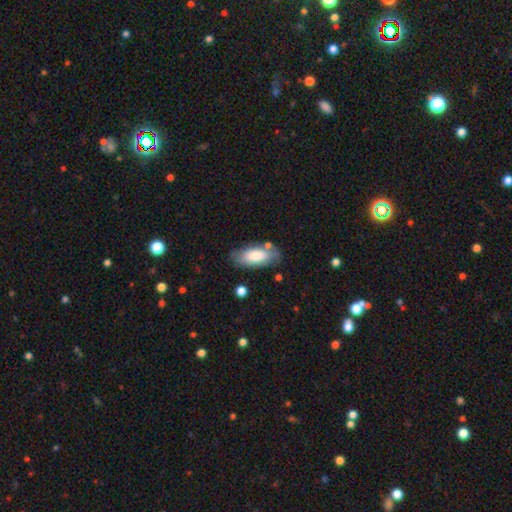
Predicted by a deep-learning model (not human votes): Q: Smooth or featured?
A: smooth (80%); runner-up: featured or disk (14%)
Q: How rounded?
A: in between (88%); runner-up: cigar-shaped (10%)
Q: Merging?
A: none (75%); runner-up: minor disturbance (16%)